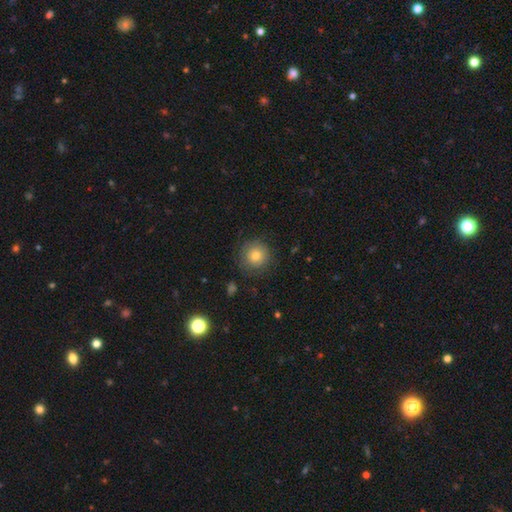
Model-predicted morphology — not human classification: Smooth or featured? Predicted: smooth (p=0.73). How rounded? Predicted: round (p=0.95). Merging? Predicted: none (p=0.82).